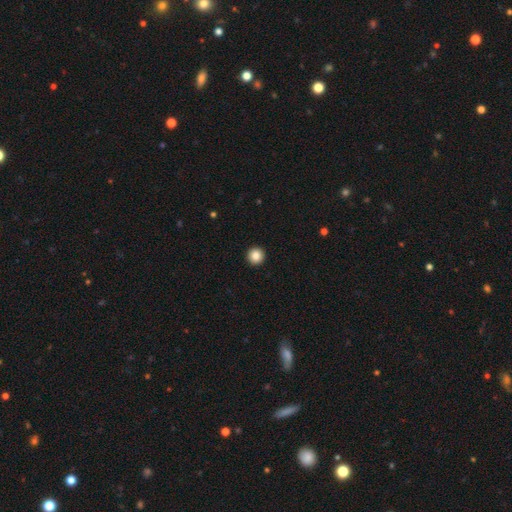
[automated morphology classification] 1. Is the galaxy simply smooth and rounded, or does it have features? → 86% smooth, 9% star or artifact, 4% featured or disk.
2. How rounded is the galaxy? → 96% round, 3% in between, 1% cigar-shaped.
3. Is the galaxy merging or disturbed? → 94% none, 4% minor disturbance, 1% major disturbance, 1% merger.